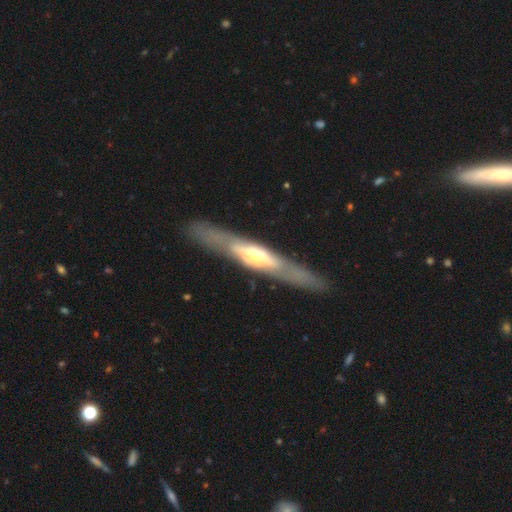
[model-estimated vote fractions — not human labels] Smooth or featured? Predicted: featured or disk (p=0.67). Edge-on disk? Predicted: yes (p=0.85). Edge-on bulge? Predicted: rounded (p=0.71). Merging? Predicted: none (p=0.83).